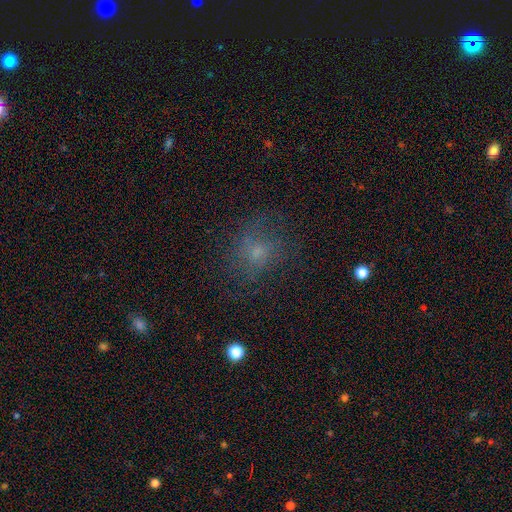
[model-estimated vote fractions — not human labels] smooth_or_featured: smooth (p=0.50) [alt: star or artifact p=0.28]
merging: none (p=0.68) [alt: minor disturbance p=0.17]